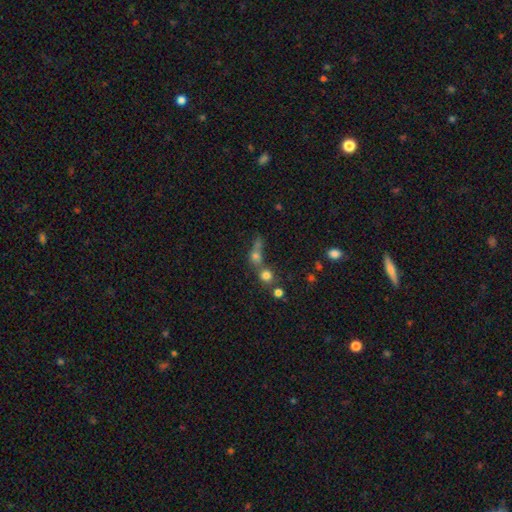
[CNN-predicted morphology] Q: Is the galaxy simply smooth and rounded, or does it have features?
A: smooth — 62%.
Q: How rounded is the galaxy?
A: round — 67%.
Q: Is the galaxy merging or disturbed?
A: merger — 51%.